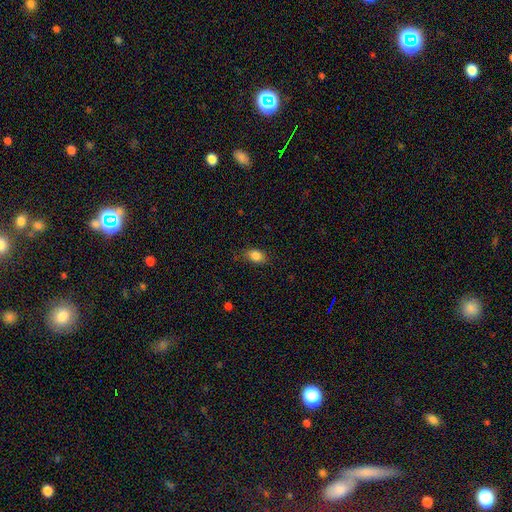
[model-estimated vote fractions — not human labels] Smooth or featured: smooth — 85% (star or artifact — 9%)
How rounded: in between — 77% (round — 21%)
Merging: none — 75% (minor disturbance — 19%)